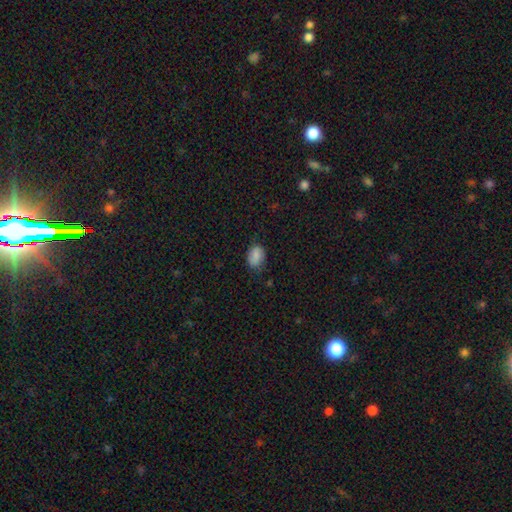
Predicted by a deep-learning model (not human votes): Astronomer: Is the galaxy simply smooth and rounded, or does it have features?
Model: smooth — 82%.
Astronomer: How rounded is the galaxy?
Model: in between — 74%.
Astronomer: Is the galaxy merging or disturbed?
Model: none — 71%.